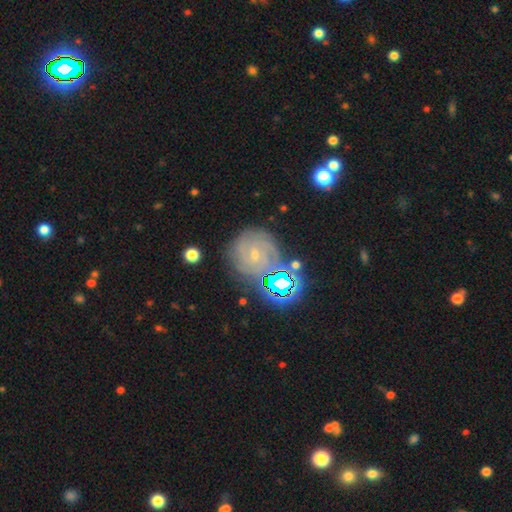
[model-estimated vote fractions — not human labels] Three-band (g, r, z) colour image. It shows a featured or disk galaxy (70%) with no bar (61%), tight (74%) spiral arms (95%) and a small central bulge (78%). Merging: none (75%).